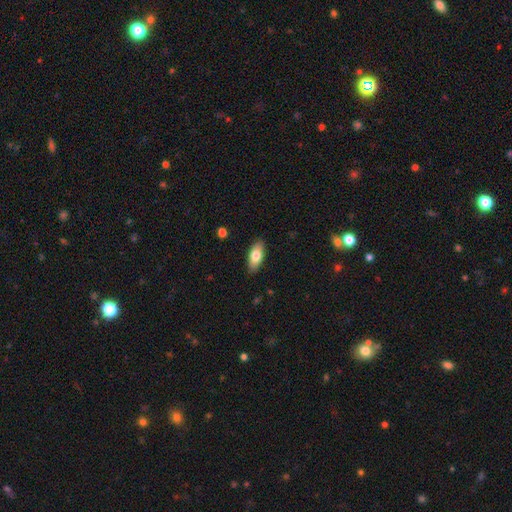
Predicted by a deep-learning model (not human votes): smooth_or_featured: smooth (p=0.79) [alt: featured or disk p=0.15]
how_rounded: in between (p=0.85) [alt: cigar-shaped p=0.13]
merging: none (p=0.89) [alt: minor disturbance p=0.09]